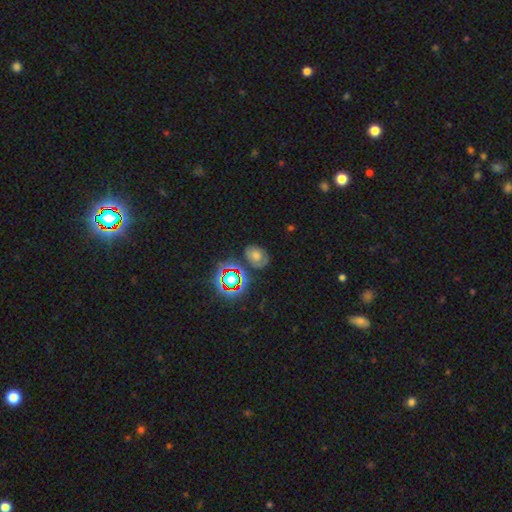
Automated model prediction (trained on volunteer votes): Overall: smooth (45%; star or artifact 36%). Merging: none (71%).